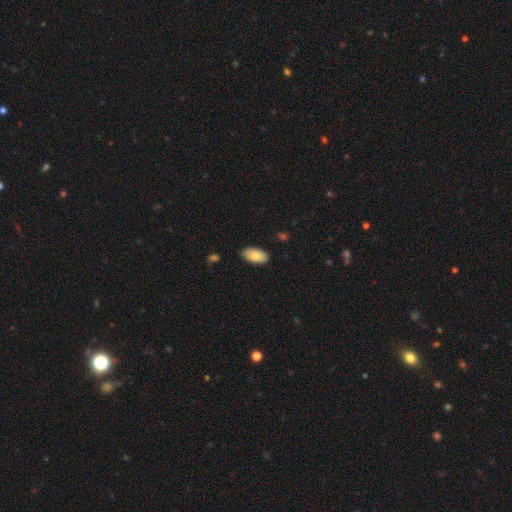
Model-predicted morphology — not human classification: smooth-or-featured: smooth: 82% | featured or disk: 11% | star or artifact: 6%
  how-rounded: in between: 95% | round: 3% | cigar-shaped: 2%
  merging: none: 84% | minor disturbance: 12% | major disturbance: 2% | merger: 1%